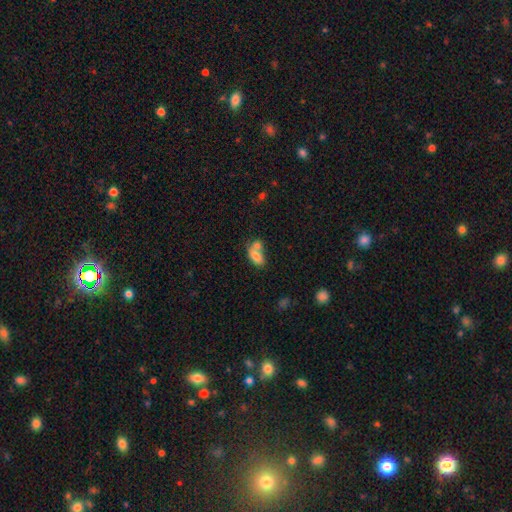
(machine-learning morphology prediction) This appears to be a smooth galaxy with no disk features (77%) that is in between round and cigar-shaped (88%). Merging: merger (52%).